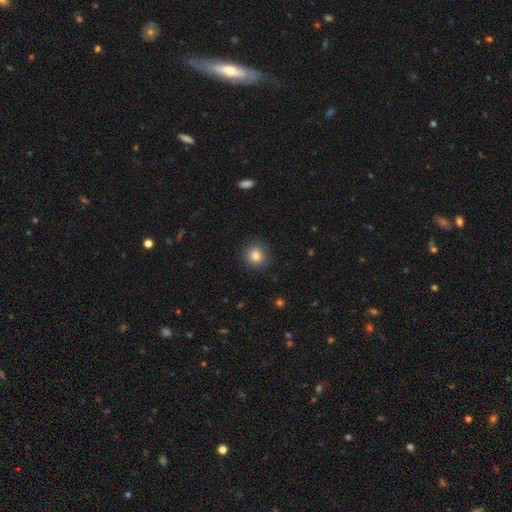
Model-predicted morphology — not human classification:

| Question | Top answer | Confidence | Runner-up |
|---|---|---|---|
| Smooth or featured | smooth | 82% | star or artifact (11%) |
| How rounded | round | 91% | in between (8%) |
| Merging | none | 89% | minor disturbance (8%) |